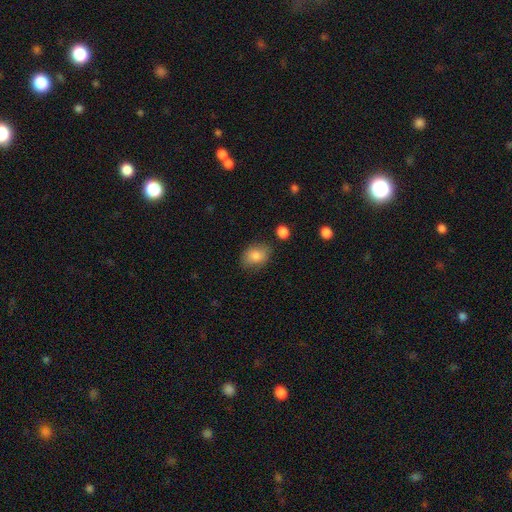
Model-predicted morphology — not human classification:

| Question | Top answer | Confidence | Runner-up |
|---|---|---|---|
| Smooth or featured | smooth | 81% | featured or disk (10%) |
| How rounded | in between | 71% | round (28%) |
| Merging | none | 75% | minor disturbance (18%) |